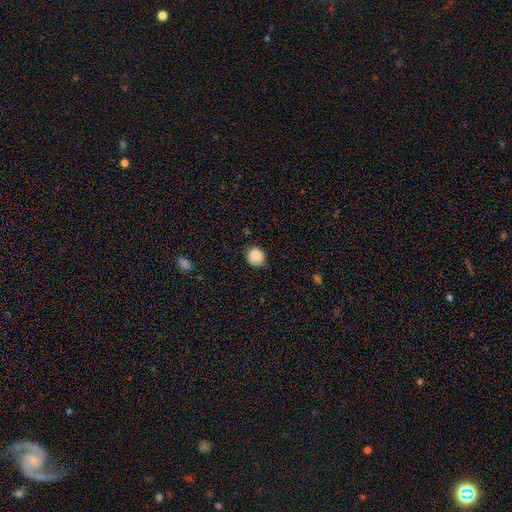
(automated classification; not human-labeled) A smooth galaxy with no disk features (86%) that is round (84%).

Vote fractions:
- Smooth or featured? smooth: 86% / star or artifact: 9% / featured or disk: 5%
- How rounded? round: 84% / in between: 15% / cigar-shaped: 1%
- Merging? none: 81% / minor disturbance: 15% / major disturbance: 3% / merger: 1%